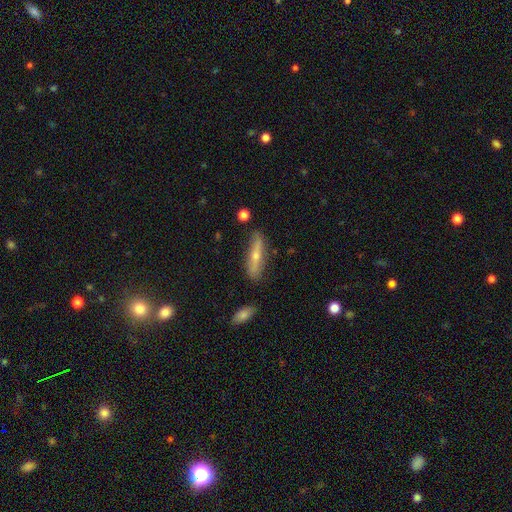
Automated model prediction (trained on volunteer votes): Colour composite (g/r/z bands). It shows a featured or disk galaxy (54%) viewed edge-on (80%). Merging: none (83%).